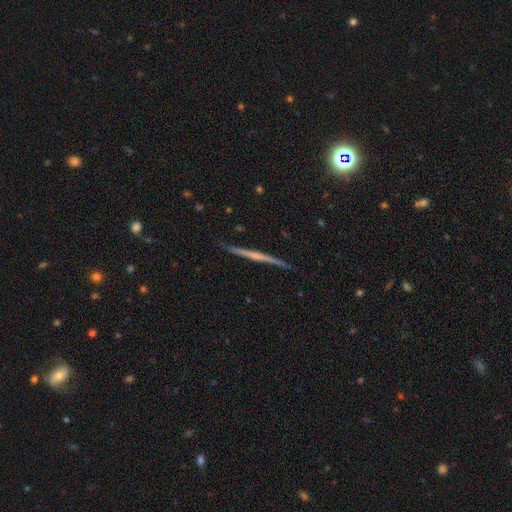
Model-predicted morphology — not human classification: A featured or disk galaxy (71%) viewed edge-on (98%) with no central bulge (58%).

Vote fractions:
- Smooth or featured? featured or disk: 71% / smooth: 23% / star or artifact: 6%
- Edge-on disk? yes: 98% / no: 2%
- Edge-on bulge? none: 58% / rounded: 31% / boxy: 11%
- Merging? none: 89% / minor disturbance: 8% / major disturbance: 2% / merger: 1%